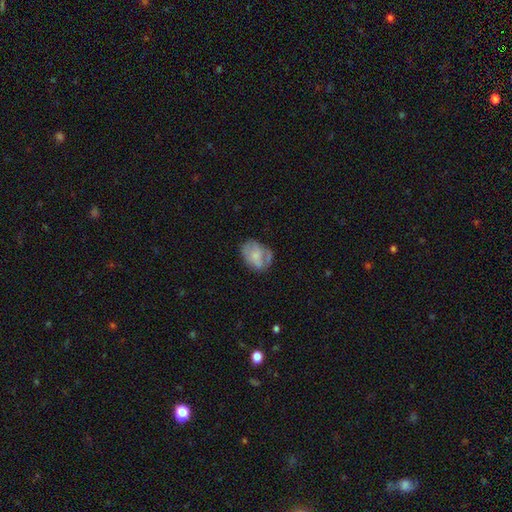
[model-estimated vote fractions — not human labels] Smooth or featured?
  - smooth: 55% *
  - featured or disk: 37%
  - star or artifact: 8%
How rounded?
  - in between: 69% *
  - round: 30%
  - cigar-shaped: 1%
Merging?
  - none: 51% *
  - minor disturbance: 29%
  - major disturbance: 16%
  - merger: 5%